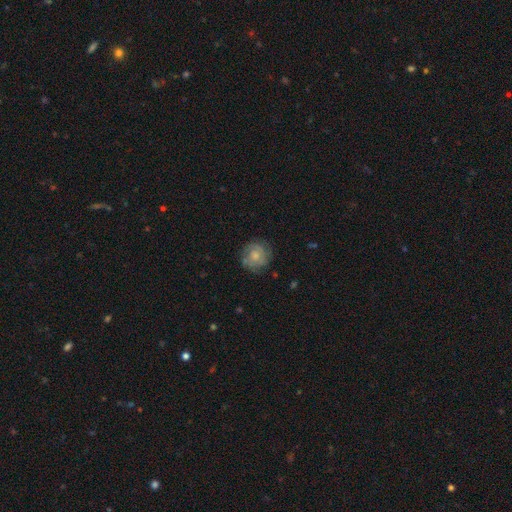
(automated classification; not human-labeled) This is possibly a featured or disk galaxy (49%). Merging: likely none (76%).